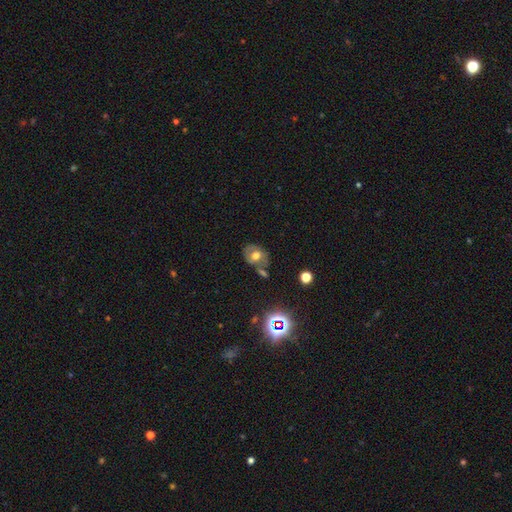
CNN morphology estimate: Smooth or featured?
  - smooth: 47% *
  - featured or disk: 39%
  - star or artifact: 14%
Merging?
  - none: 56% *
  - minor disturbance: 19%
  - merger: 18%
  - major disturbance: 7%